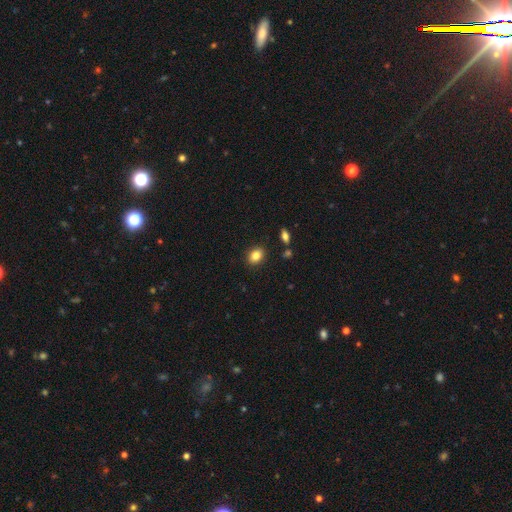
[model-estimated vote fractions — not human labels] Q: Smooth or featured?
A: smooth (84%); runner-up: star or artifact (9%)
Q: How rounded?
A: in between (62%); runner-up: round (37%)
Q: Merging?
A: none (88%); runner-up: minor disturbance (8%)